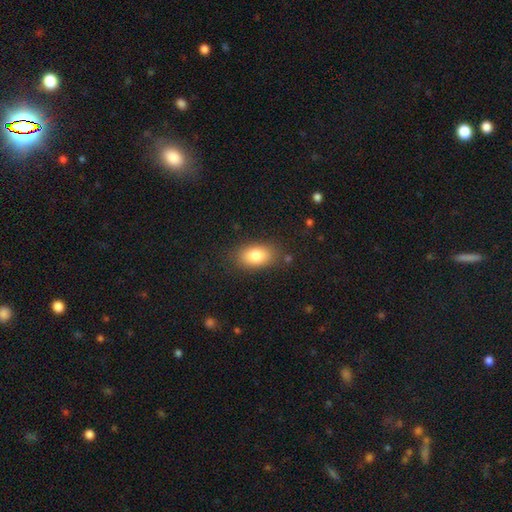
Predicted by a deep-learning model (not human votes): smooth_or_featured: smooth (p=0.82) [alt: featured or disk p=0.10]
how_rounded: in between (p=0.88) [alt: round p=0.10]
merging: none (p=0.82) [alt: minor disturbance p=0.12]